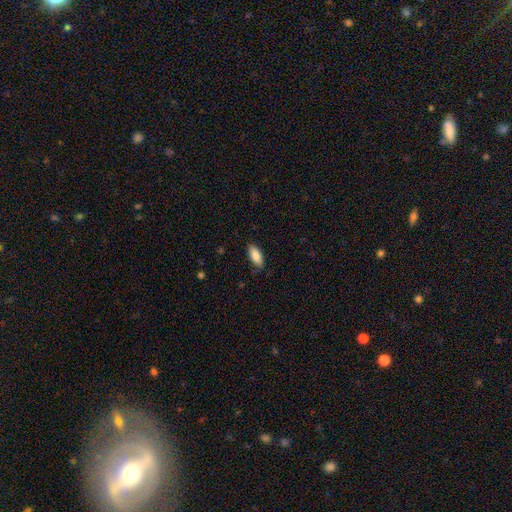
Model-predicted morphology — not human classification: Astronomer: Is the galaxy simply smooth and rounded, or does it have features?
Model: smooth — 87%.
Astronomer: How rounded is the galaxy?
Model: in between — 84%.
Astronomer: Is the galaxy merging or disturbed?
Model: none — 85%.